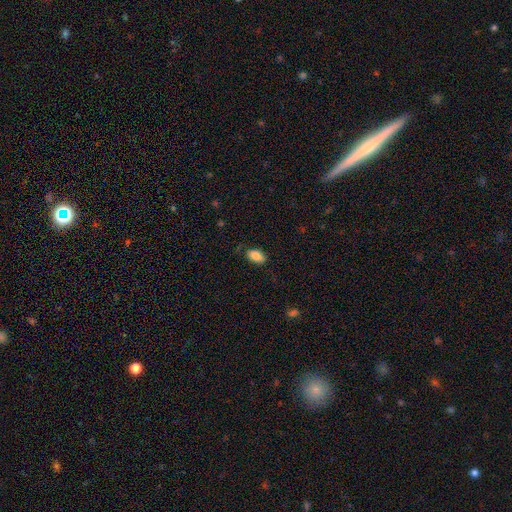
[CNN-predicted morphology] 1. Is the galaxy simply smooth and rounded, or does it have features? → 84% smooth, 9% featured or disk, 8% star or artifact.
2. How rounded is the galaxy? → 92% in between, 5% round, 3% cigar-shaped.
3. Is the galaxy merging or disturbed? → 79% none, 16% minor disturbance, 3% major disturbance, 1% merger.